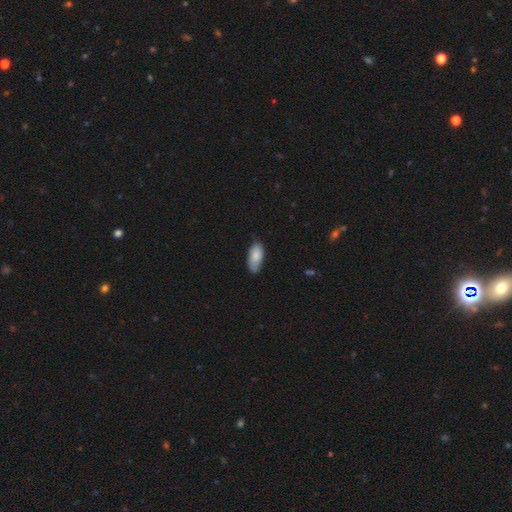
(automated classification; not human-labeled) A smooth galaxy with no disk features (84%) that is in between round and cigar-shaped (88%). Merging: none (68%).